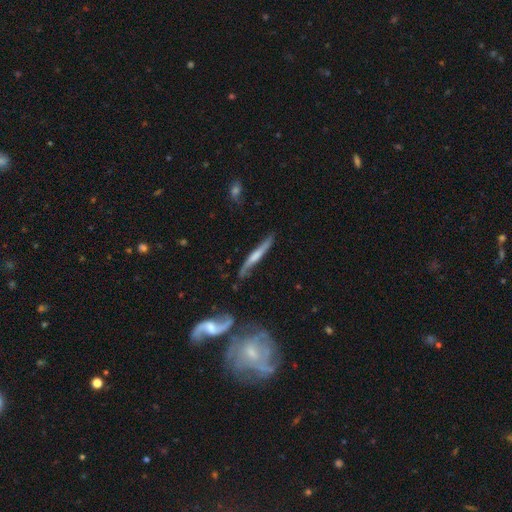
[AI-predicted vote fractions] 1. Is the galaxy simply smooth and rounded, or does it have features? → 57% featured or disk, 37% smooth, 5% star or artifact.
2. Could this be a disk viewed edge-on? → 81% yes, 19% no.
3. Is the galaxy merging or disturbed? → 71% none, 21% minor disturbance, 5% major disturbance, 3% merger.